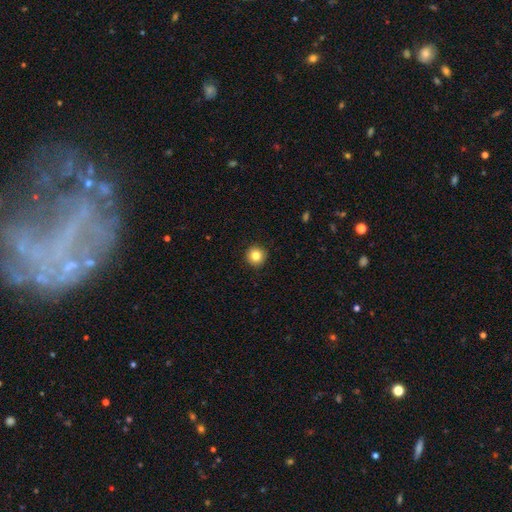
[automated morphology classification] Smooth or featured? Predicted: smooth (p=0.83). How rounded? Predicted: round (p=0.96). Merging? Predicted: none (p=0.93).